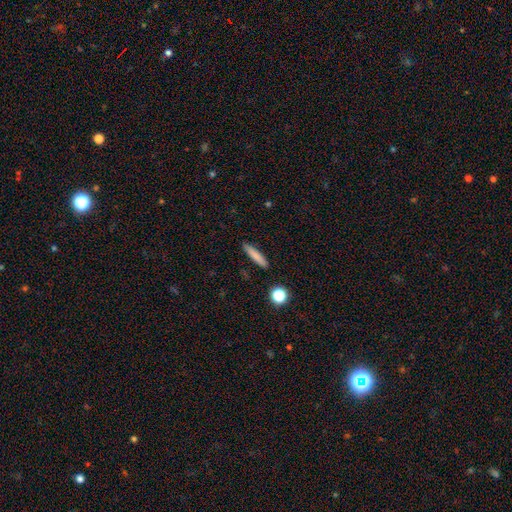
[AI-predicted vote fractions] The model was most divided on "smooth or featured": smooth: 79%, featured or disk: 12%, star or artifact: 8%. More confident: merging — none (89%); how rounded — cigar-shaped (88%).